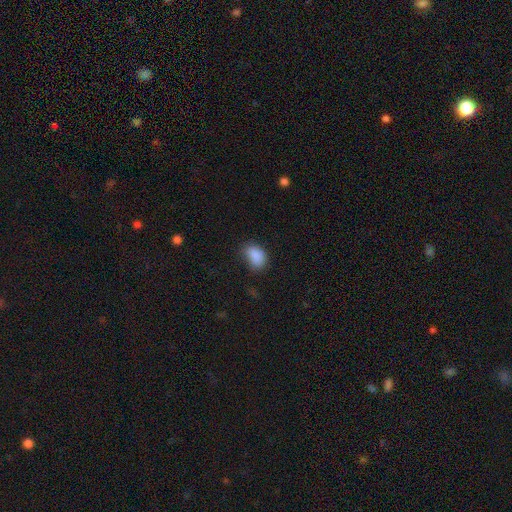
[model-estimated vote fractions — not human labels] A smooth galaxy with no disk features (86%) that is in between round and cigar-shaped (84%). Merging: none (61%).